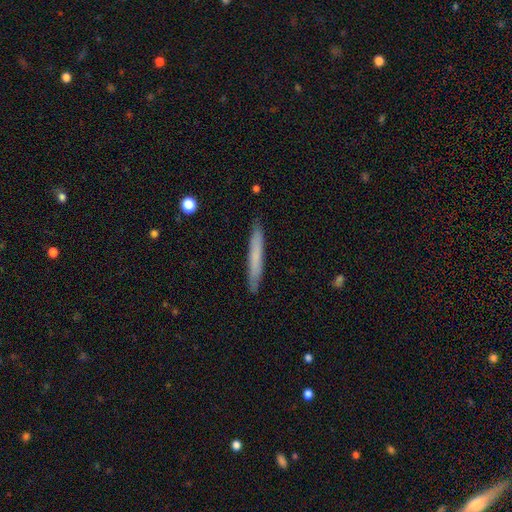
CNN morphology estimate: smooth 68%, featured or disk 26%, star or artifact 6%. Down the decision tree: how rounded — cigar-shaped (96%); merging — none (90%).